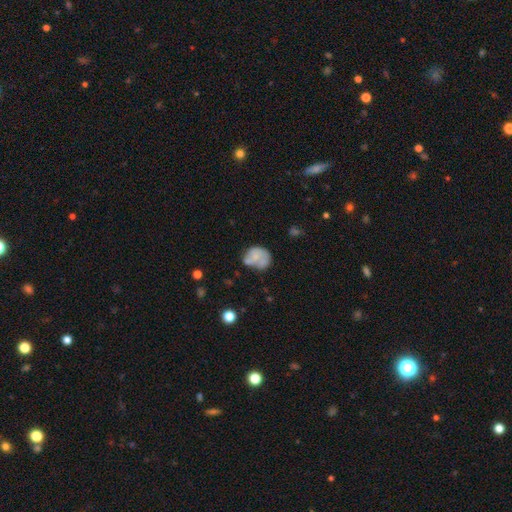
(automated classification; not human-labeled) Overall: smooth (58%; featured or disk 33%). How rounded: round (61%; in between 38%). Merging: none (39%; minor disturbance 27%).